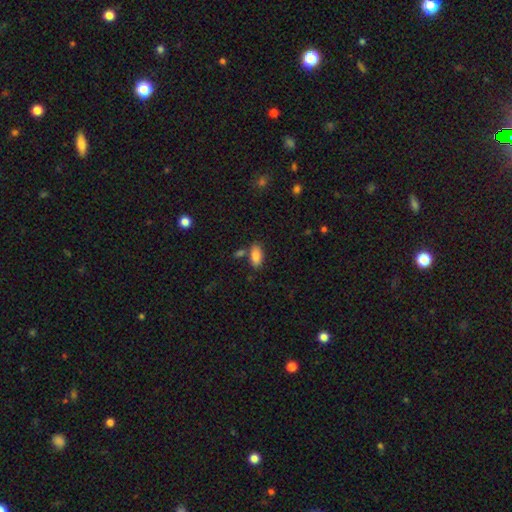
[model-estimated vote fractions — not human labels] A smooth galaxy with no disk features (85%) that is in between round and cigar-shaped (91%).

Vote fractions:
- Smooth or featured? smooth: 85% / featured or disk: 8% / star or artifact: 7%
- How rounded? in between: 91% / cigar-shaped: 6% / round: 3%
- Merging? none: 72% / minor disturbance: 13% / merger: 11% / major disturbance: 3%